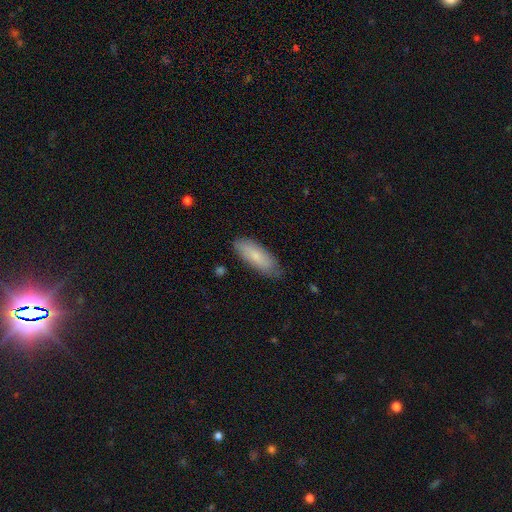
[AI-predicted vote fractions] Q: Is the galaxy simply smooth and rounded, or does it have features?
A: smooth — 76%.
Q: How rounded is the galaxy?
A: in between — 71%.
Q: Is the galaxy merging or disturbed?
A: none — 78%.